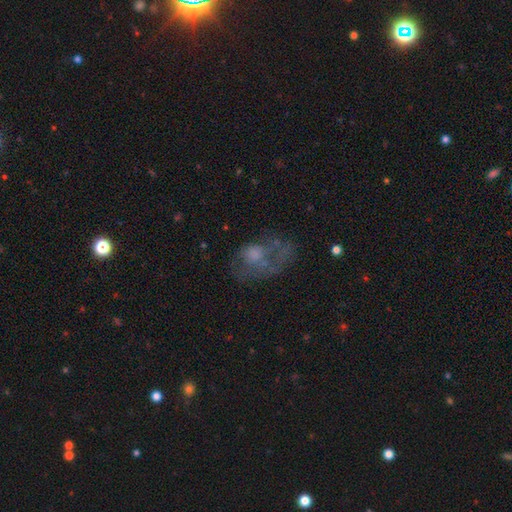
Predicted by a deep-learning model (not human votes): Q: Smooth or featured?
A: featured or disk (45%); runner-up: smooth (43%)
Q: Merging?
A: major disturbance (48%); runner-up: none (29%)